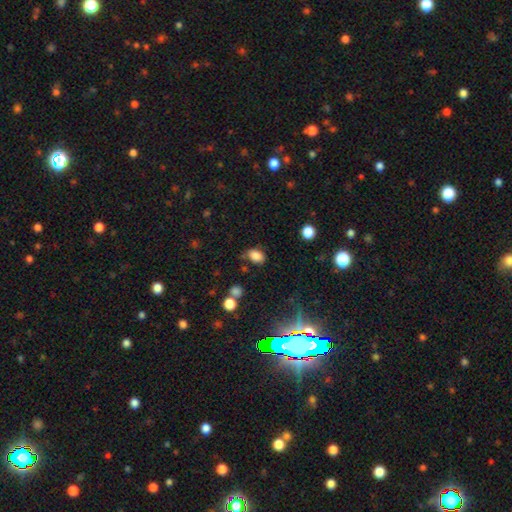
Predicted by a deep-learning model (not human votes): smooth_or_featured: smooth (p=0.84) [alt: star or artifact p=0.11]
how_rounded: in between (p=0.80) [alt: round p=0.19]
merging: none (p=0.68) [alt: minor disturbance p=0.21]